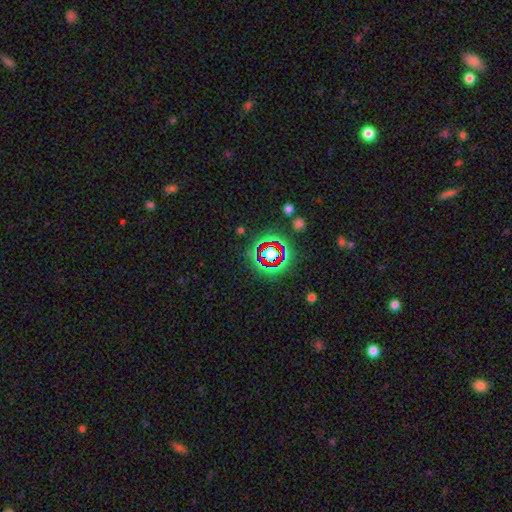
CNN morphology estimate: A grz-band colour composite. It shows a star or artifact, not a galaxy (71%).